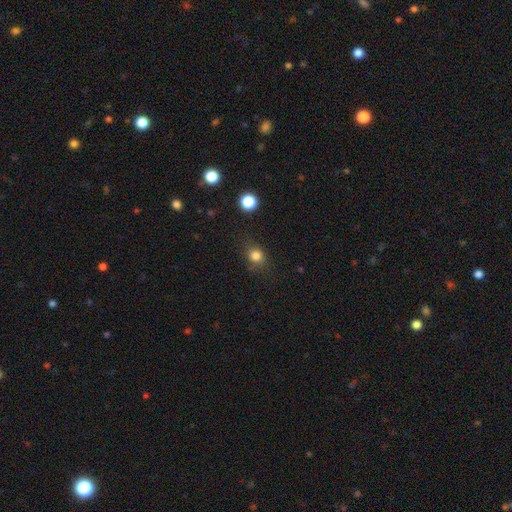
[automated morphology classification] smooth 82%, star or artifact 13%, featured or disk 5%. Down the decision tree: how rounded — round (74%); merging — none (80%).